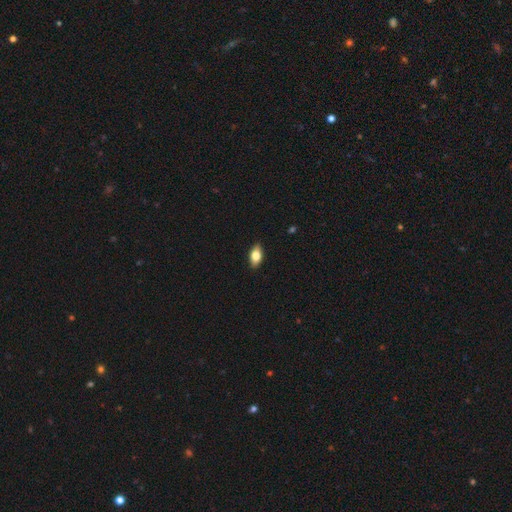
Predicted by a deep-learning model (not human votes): smooth 75%, featured or disk 19%, star or artifact 7%. Down the decision tree: how rounded — in between (89%); merging — none (89%).